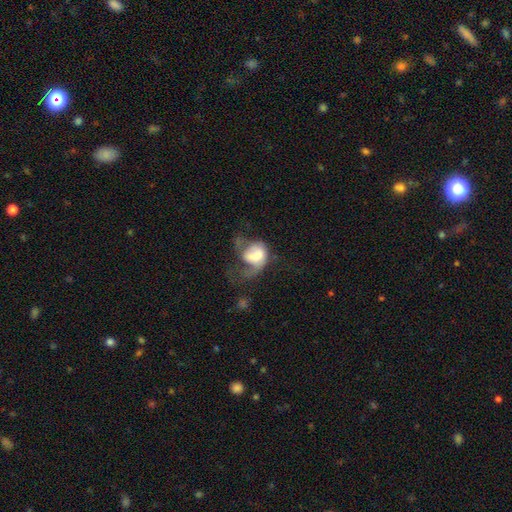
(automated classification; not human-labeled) A smooth galaxy with no disk features (49%).

Vote fractions:
- Smooth or featured? smooth: 49% / featured or disk: 42% / star or artifact: 8%
- Merging? major disturbance: 59% / minor disturbance: 17% / none: 16% / merger: 9%